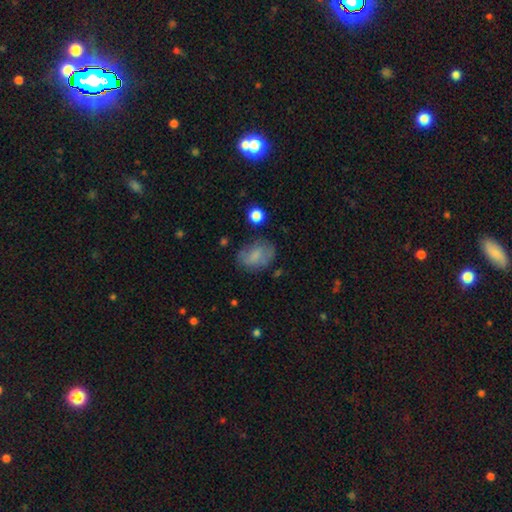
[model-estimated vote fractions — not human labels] A smooth galaxy with no disk features (68%) that is in between round and cigar-shaped (76%).

Vote fractions:
- Smooth or featured? smooth: 68% / featured or disk: 23% / star or artifact: 9%
- How rounded? in between: 76% / round: 23% / cigar-shaped: 1%
- Merging? none: 64% / minor disturbance: 23% / major disturbance: 10% / merger: 3%